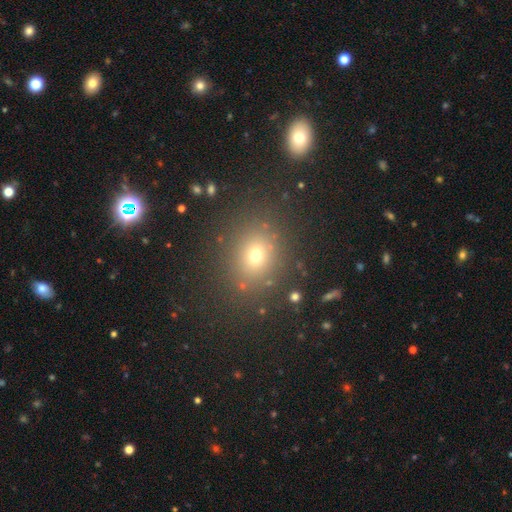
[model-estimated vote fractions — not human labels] smooth 68%, star or artifact 22%, featured or disk 10%. Down the decision tree: how rounded — round (64%); merging — none (85%).